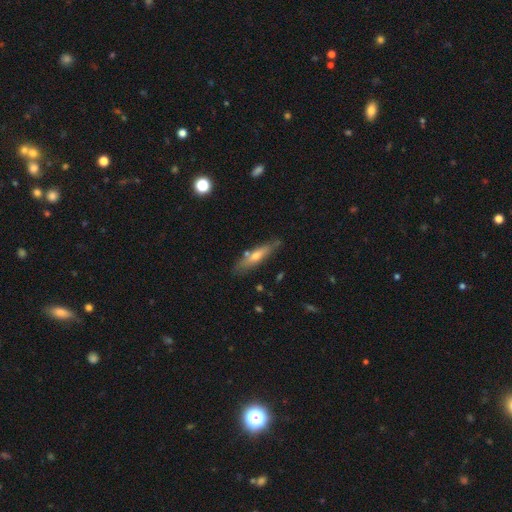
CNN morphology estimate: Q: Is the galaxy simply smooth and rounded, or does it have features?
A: featured or disk — 48%.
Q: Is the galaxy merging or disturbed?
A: none — 78%.